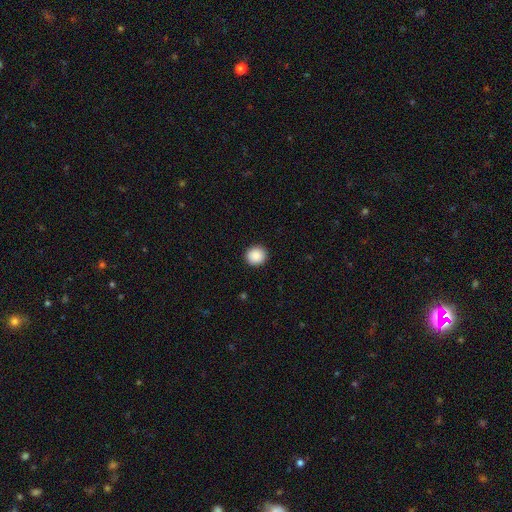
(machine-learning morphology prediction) Q: Smooth or featured?
A: smooth (89%); runner-up: star or artifact (8%)
Q: How rounded?
A: round (91%); runner-up: in between (8%)
Q: Merging?
A: none (93%); runner-up: minor disturbance (5%)